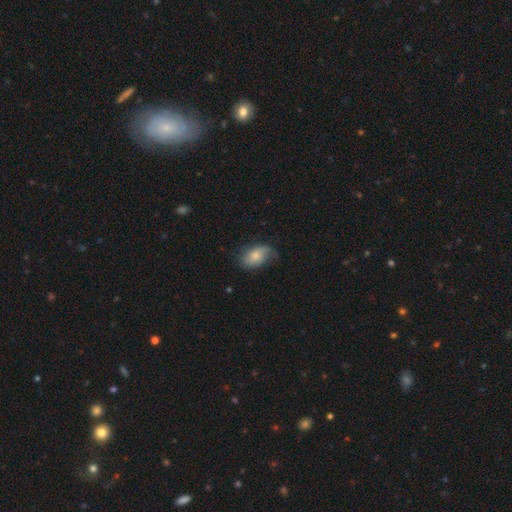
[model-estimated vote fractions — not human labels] Morphology: type=smooth (67%); roundness=in between (90%); merging=none (58%).